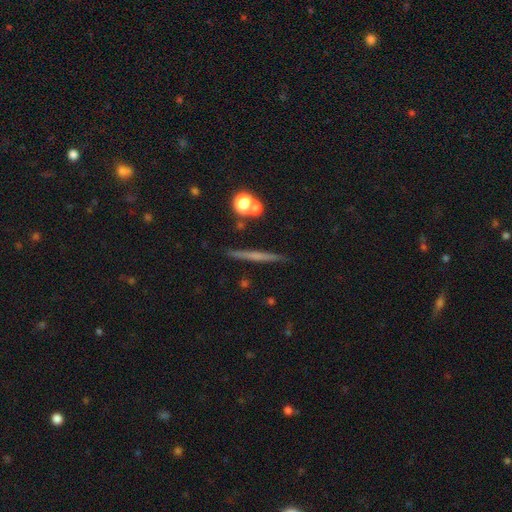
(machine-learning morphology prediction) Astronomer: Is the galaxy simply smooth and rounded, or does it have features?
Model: featured or disk — 51% (runner-up: smooth, 40%).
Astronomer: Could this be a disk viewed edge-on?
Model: yes — 96%.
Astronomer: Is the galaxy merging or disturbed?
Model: none — 88%.